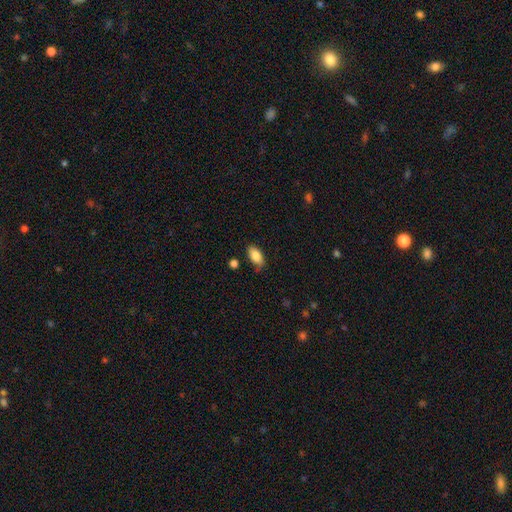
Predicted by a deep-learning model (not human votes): Smooth or featured? Predicted: smooth (p=0.85). How rounded? Predicted: in between (p=0.91). Merging? Predicted: none (p=0.79).